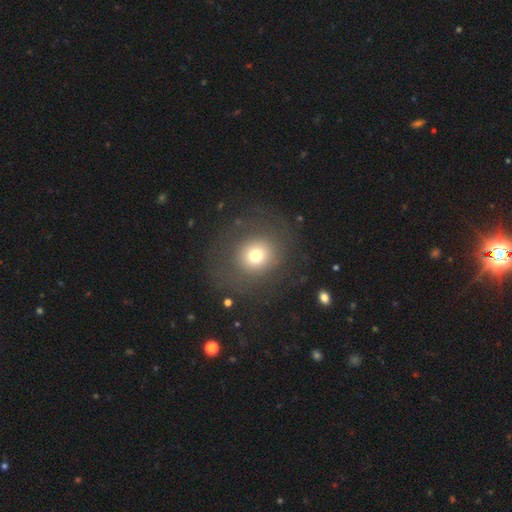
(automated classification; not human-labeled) Smooth or featured: smooth — 67% (featured or disk — 17%)
How rounded: round — 85% (in between — 14%)
Merging: none — 74% (major disturbance — 12%)